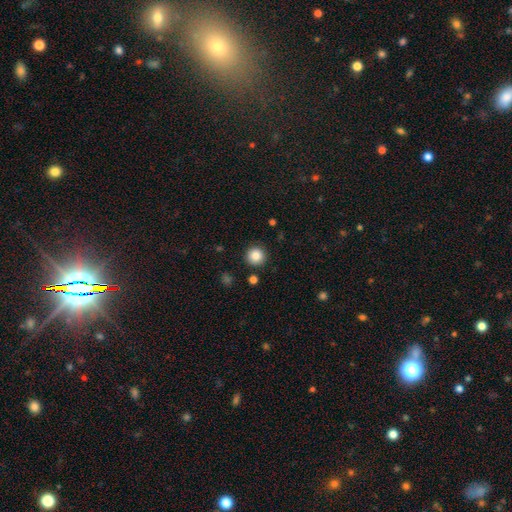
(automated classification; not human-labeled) The model was most divided on "smooth or featured": smooth: 86%, star or artifact: 10%, featured or disk: 4%. More confident: how rounded — round (95%); merging — none (91%).